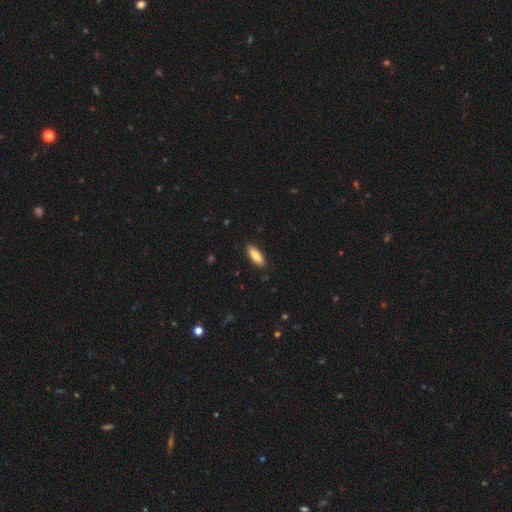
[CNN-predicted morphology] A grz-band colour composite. It shows a smooth galaxy with no disk features (82%) that is in between round and cigar-shaped (65%). Merging: none (88%).